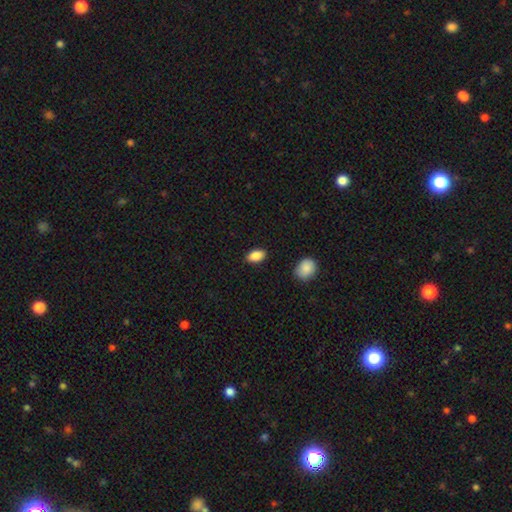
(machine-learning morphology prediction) Smooth or featured?
  - smooth: 88% *
  - star or artifact: 8%
  - featured or disk: 5%
How rounded?
  - in between: 91% *
  - round: 7%
  - cigar-shaped: 2%
Merging?
  - none: 87% *
  - minor disturbance: 9%
  - major disturbance: 2%
  - merger: 1%